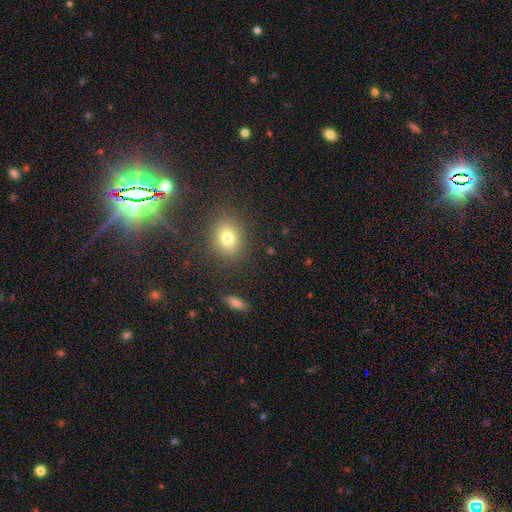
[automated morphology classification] star or artifact 48%, smooth 43%, featured or disk 9%.